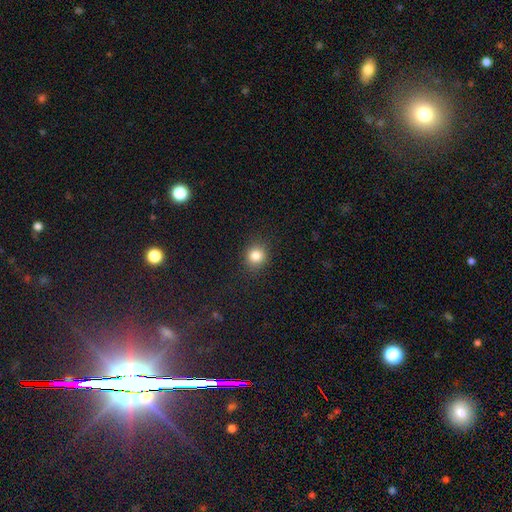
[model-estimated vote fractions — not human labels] Smooth or featured?
  - smooth: 84% *
  - star or artifact: 11%
  - featured or disk: 5%
How rounded?
  - round: 85% *
  - in between: 14%
  - cigar-shaped: 1%
Merging?
  - none: 89% *
  - minor disturbance: 7%
  - major disturbance: 3%
  - merger: 1%